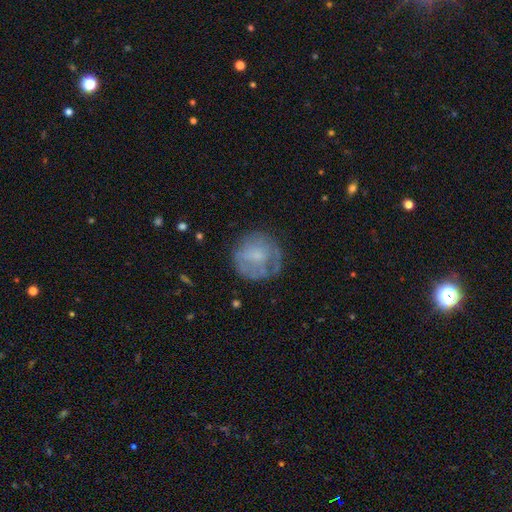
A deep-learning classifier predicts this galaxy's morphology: Q: Smooth or featured?
A: smooth (53%); runner-up: featured or disk (38%)
Q: How rounded?
A: round (90%); runner-up: in between (9%)
Q: Merging?
A: none (63%); runner-up: minor disturbance (21%)